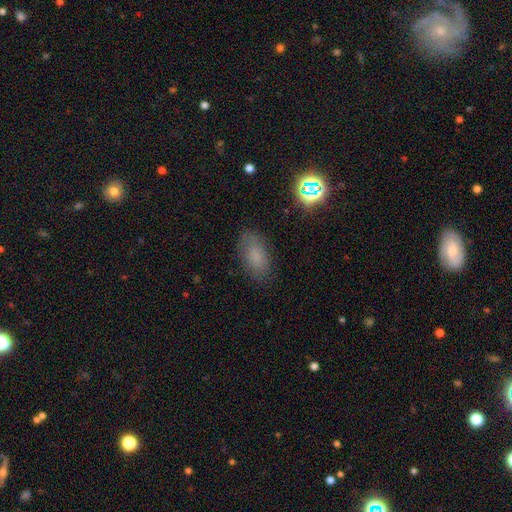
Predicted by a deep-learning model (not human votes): Smooth or featured?
  - smooth: 73% *
  - star or artifact: 15%
  - featured or disk: 12%
How rounded?
  - in between: 90% *
  - round: 6%
  - cigar-shaped: 4%
Merging?
  - none: 81% *
  - minor disturbance: 14%
  - major disturbance: 4%
  - merger: 1%